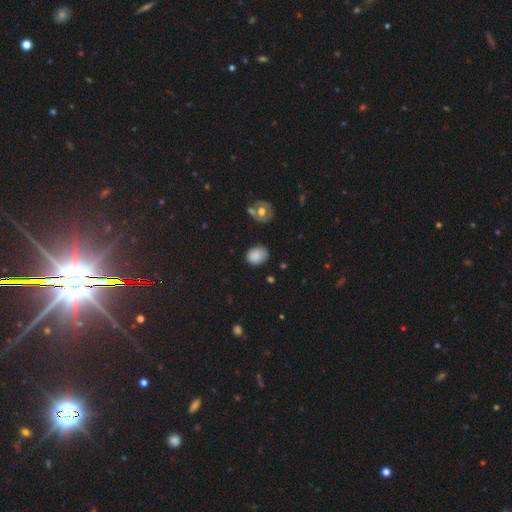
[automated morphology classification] This appears to be a smooth galaxy with no disk features (84%) that is round (50%). Merging: none (72%).